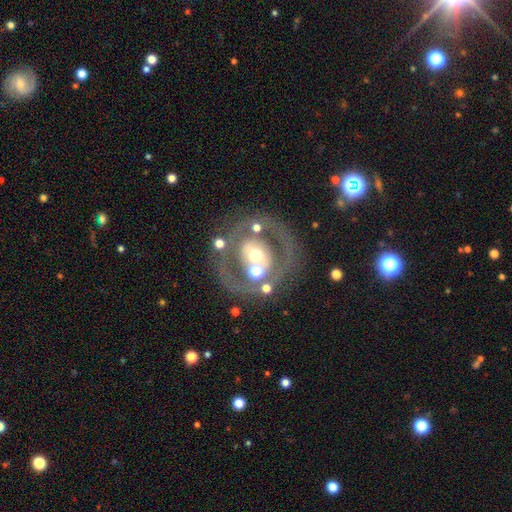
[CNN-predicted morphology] This appears to be a featured or disk galaxy (65%) with no bar (68%), no spiral arms (76%) and a moderate central bulge (66%). Merging: none (65%).